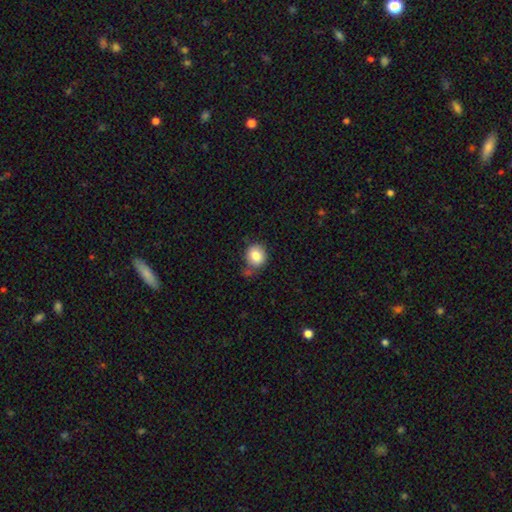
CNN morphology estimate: This appears to be a smooth galaxy with no disk features (83%) that is round (79%). Merging: none (66%).